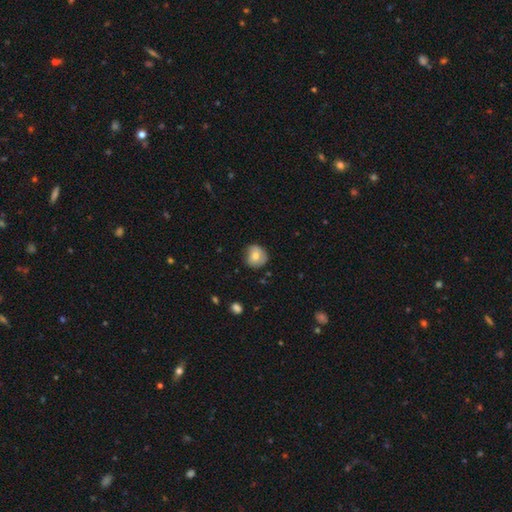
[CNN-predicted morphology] A smooth galaxy with no disk features (72%) that is round (83%). Merging: none (70%).